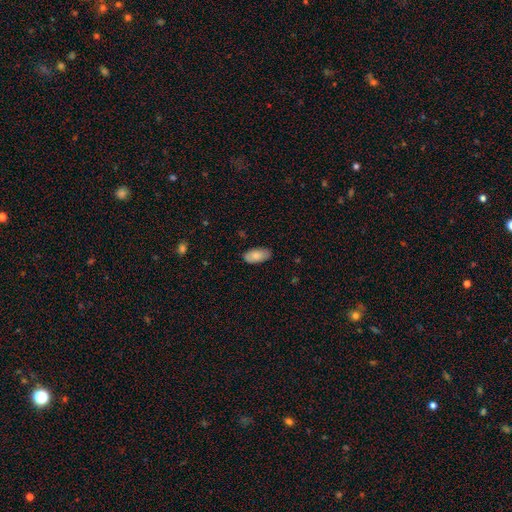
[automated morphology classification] A smooth galaxy with no disk features (82%) that is in between round and cigar-shaped (95%). Merging: none (82%).